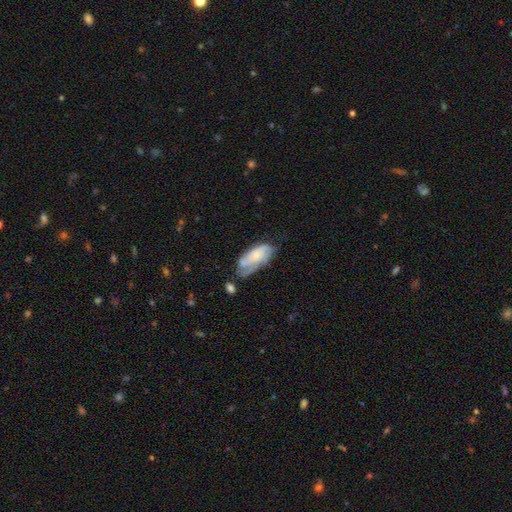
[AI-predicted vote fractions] Smooth or featured? Predicted: featured or disk (p=0.58). Edge-on disk? Predicted: no (p=0.93). Bar? Predicted: no (p=0.72). Spiral arms? Predicted: yes (p=0.83). Bulge size? Predicted: small (p=0.41). Merging? Predicted: none (p=0.44).